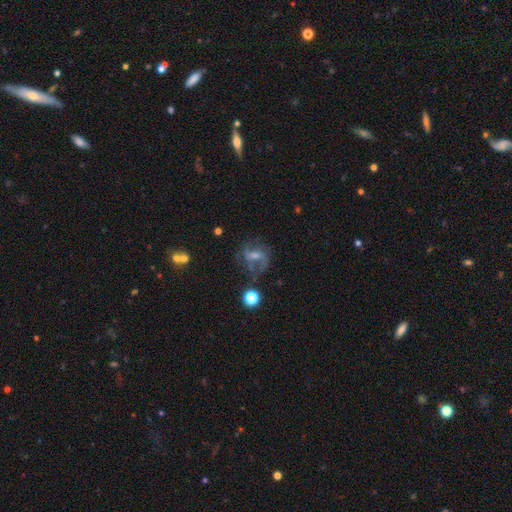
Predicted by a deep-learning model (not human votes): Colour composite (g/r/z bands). It shows a featured or disk galaxy (67%) with a weak bar (49%), 2 (64%) medium (44%) spiral arms (84%) and a small central bulge (45%). Merging: none (60%).